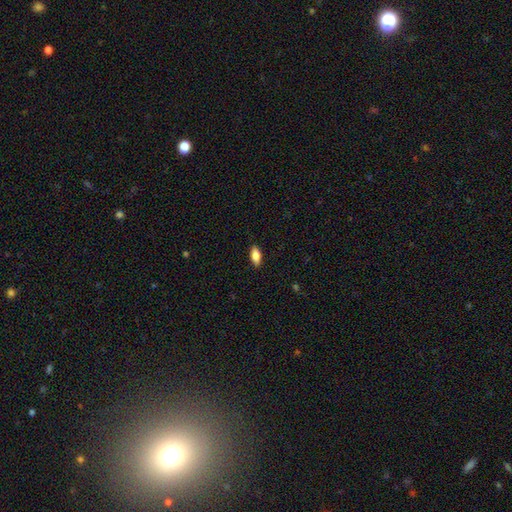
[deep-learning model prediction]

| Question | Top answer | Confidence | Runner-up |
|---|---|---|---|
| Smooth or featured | smooth | 79% | featured or disk (14%) |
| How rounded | in between | 84% | cigar-shaped (13%) |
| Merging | none | 88% | minor disturbance (9%) |